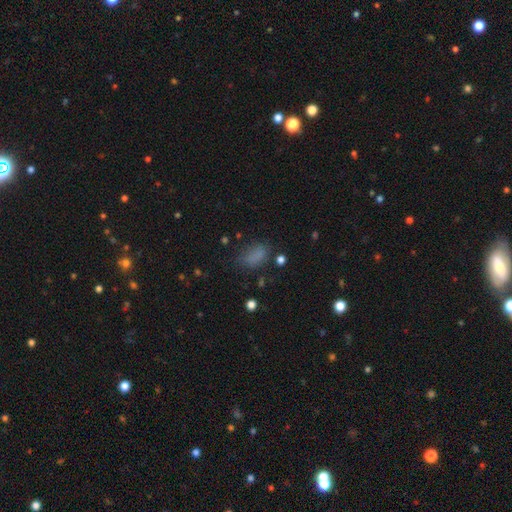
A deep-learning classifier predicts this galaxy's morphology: A smooth galaxy with no disk features (77%) that is in between round and cigar-shaped (85%).

Vote fractions:
- Smooth or featured? smooth: 77% / star or artifact: 15% / featured or disk: 8%
- How rounded? in between: 85% / round: 10% / cigar-shaped: 5%
- Merging? none: 64% / minor disturbance: 22% / major disturbance: 11% / merger: 3%